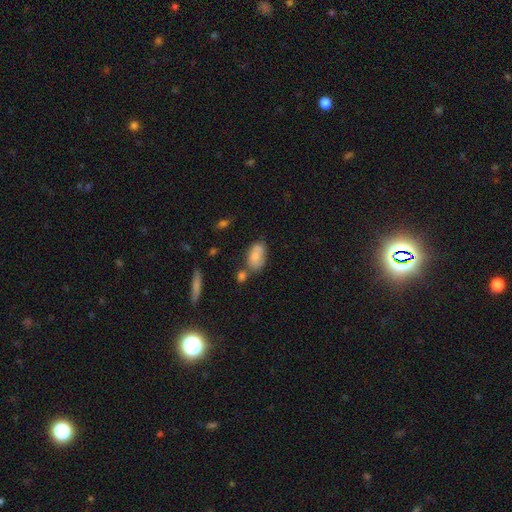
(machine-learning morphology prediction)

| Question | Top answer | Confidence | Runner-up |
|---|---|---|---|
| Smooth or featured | smooth | 74% | featured or disk (18%) |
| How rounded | in between | 91% | round (7%) |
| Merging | none | 47% | merger (23%) |